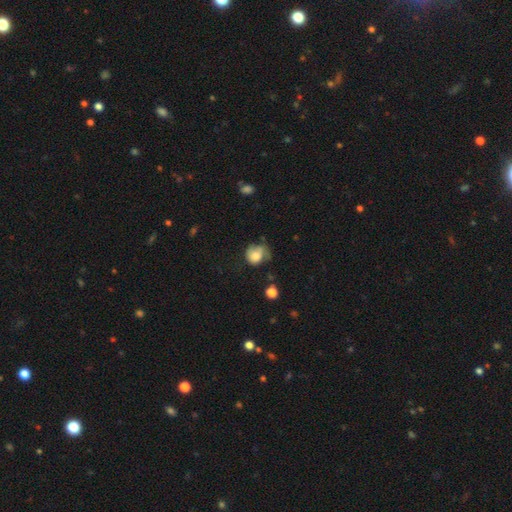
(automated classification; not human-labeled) Q: Smooth or featured?
A: smooth (70%); runner-up: featured or disk (21%)
Q: How rounded?
A: round (72%); runner-up: in between (27%)
Q: Merging?
A: none (39%); runner-up: minor disturbance (33%)